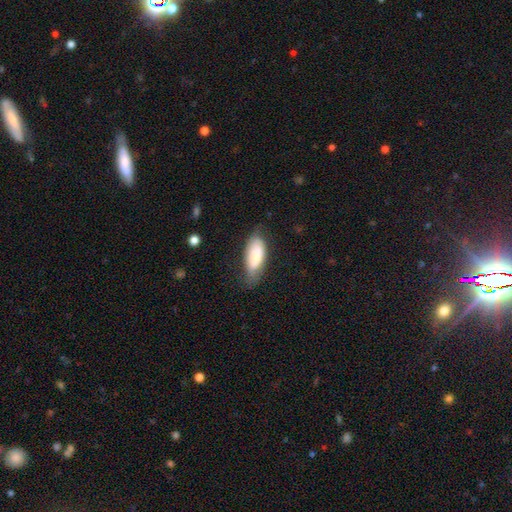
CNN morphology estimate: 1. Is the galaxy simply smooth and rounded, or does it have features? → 79% smooth, 15% featured or disk, 6% star or artifact.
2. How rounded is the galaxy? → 83% in between, 15% cigar-shaped, 2% round.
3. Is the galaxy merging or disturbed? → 62% none, 29% minor disturbance, 8% major disturbance, 2% merger.